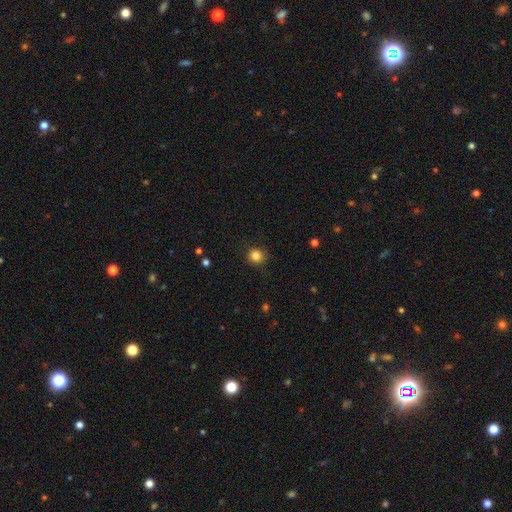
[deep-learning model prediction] This is clearly a smooth galaxy (84%). How rounded: clearly round (92%). Merging: clearly none (89%).